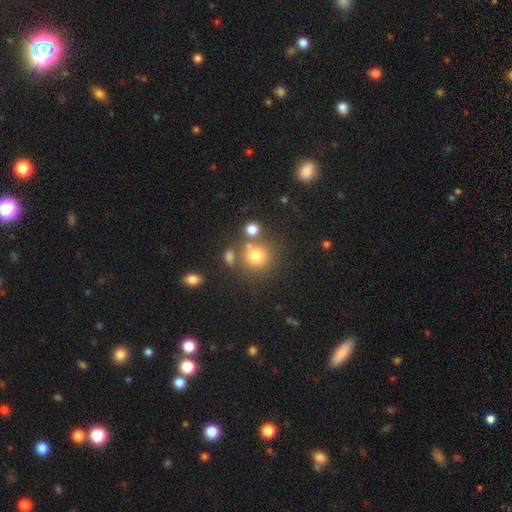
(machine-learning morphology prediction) A smooth galaxy with no disk features (76%) that is round (88%).

Vote fractions:
- Smooth or featured? smooth: 76% / star or artifact: 14% / featured or disk: 10%
- How rounded? round: 88% / in between: 11% / cigar-shaped: 1%
- Merging? none: 67% / merger: 18% / minor disturbance: 11% / major disturbance: 5%